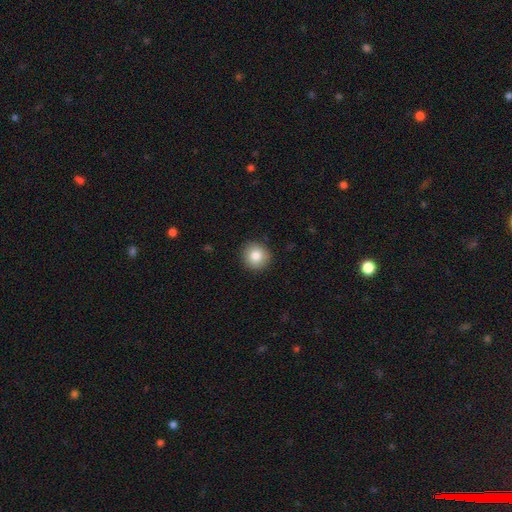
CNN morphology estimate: A smooth galaxy with no disk features (84%) that is round (92%). Merging: none (90%).